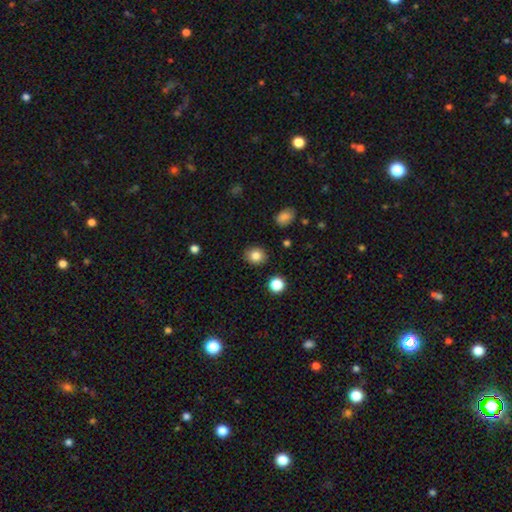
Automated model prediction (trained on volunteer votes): smooth-or-featured: smooth: 82% | star or artifact: 10% | featured or disk: 8%
  how-rounded: round: 72% | in between: 27% | cigar-shaped: 1%
  merging: none: 88% | minor disturbance: 8% | major disturbance: 2% | merger: 2%